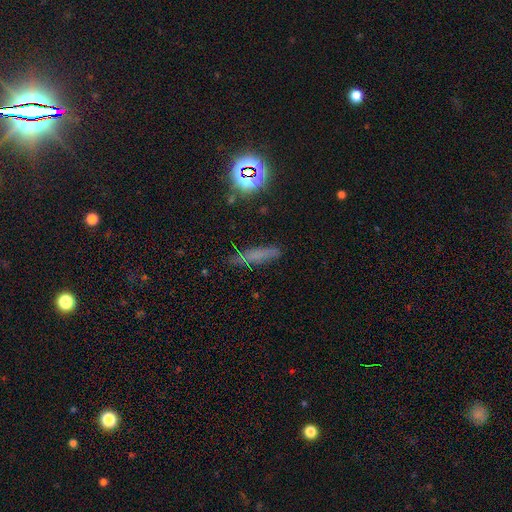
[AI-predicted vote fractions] This is possibly a smooth galaxy (55%). How rounded: clearly cigar-shaped (83%). Merging: likely none (74%).